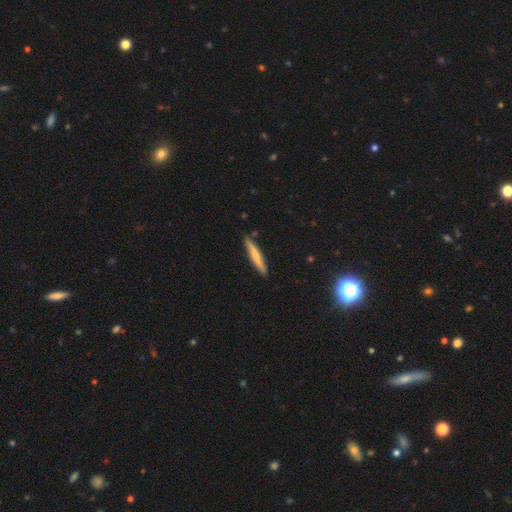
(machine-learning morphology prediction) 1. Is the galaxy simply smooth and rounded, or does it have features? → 57% smooth, 38% featured or disk, 5% star or artifact.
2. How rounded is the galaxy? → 94% cigar-shaped, 5% in between, 1% round.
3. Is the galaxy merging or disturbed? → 87% none, 9% minor disturbance, 2% merger, 2% major disturbance.